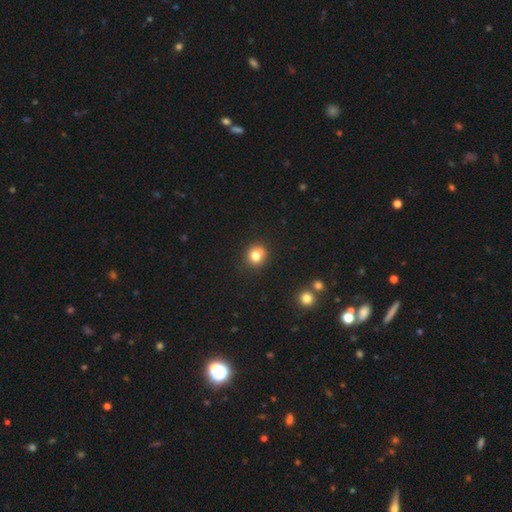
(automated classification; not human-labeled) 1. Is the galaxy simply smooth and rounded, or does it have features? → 78% smooth, 12% star or artifact, 9% featured or disk.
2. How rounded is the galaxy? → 84% round, 16% in between, 1% cigar-shaped.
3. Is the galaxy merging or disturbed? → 72% none, 14% minor disturbance, 10% merger, 4% major disturbance.